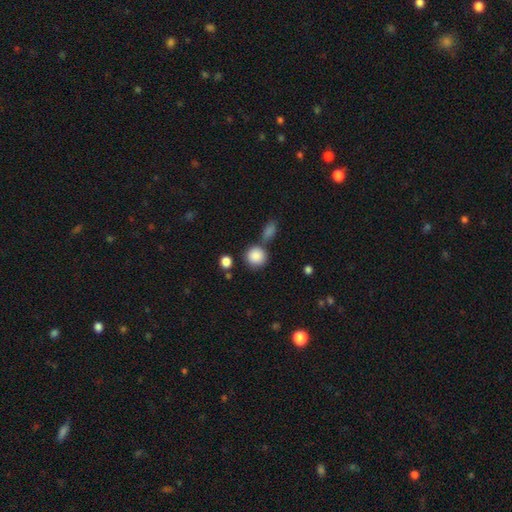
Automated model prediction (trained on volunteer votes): Morphology: type=smooth (87%); roundness=round (87%); merging=none (64%).